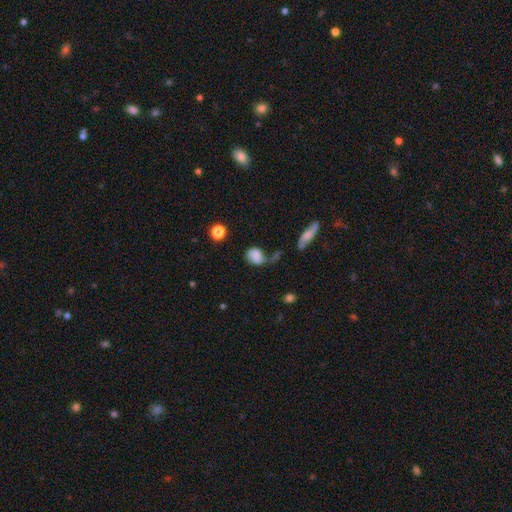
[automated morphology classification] Q: Smooth or featured?
A: smooth (58%); runner-up: featured or disk (31%)
Q: How rounded?
A: in between (56%); runner-up: round (42%)
Q: Merging?
A: none (39%); runner-up: minor disturbance (26%)